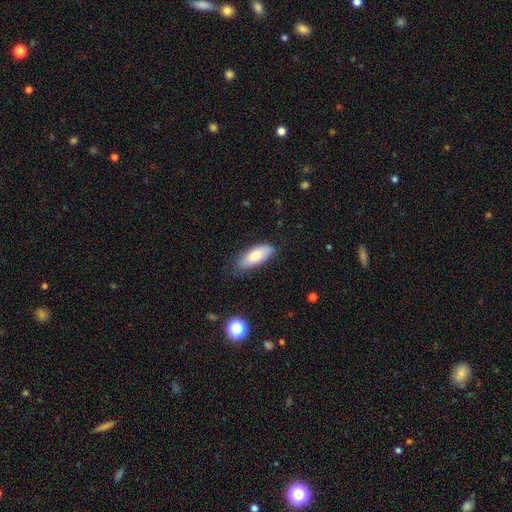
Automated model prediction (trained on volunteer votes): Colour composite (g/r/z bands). It shows a smooth galaxy with no disk features (75%) that is in between round and cigar-shaped (79%). Merging: none (69%).